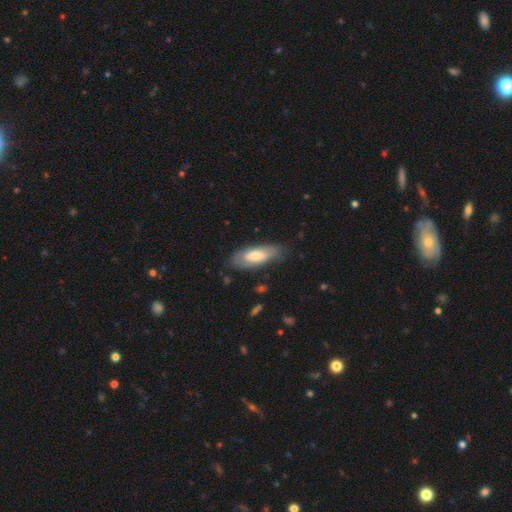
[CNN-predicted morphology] The model was most divided on "smooth or featured": smooth: 58%, featured or disk: 36%, star or artifact: 6%. More confident: merging — none (73%); how rounded — in between (72%).